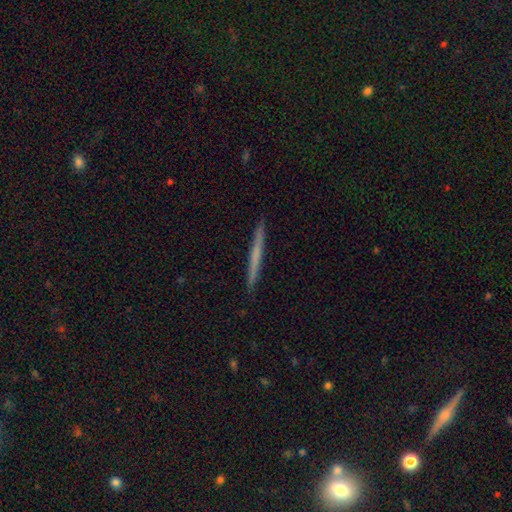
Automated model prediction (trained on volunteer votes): The model was most divided on "smooth or featured": smooth: 49%, featured or disk: 45%, star or artifact: 6%. More confident: merging — none (93%).